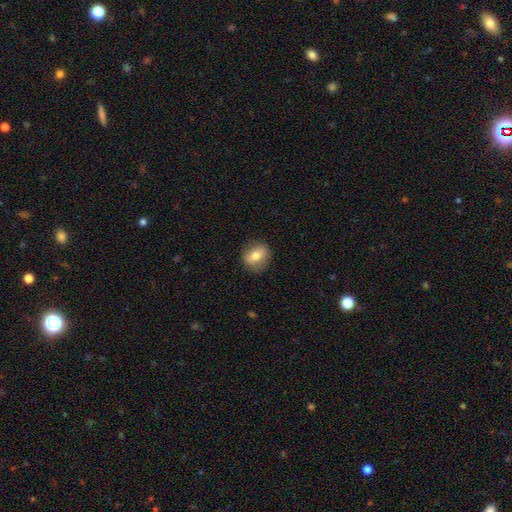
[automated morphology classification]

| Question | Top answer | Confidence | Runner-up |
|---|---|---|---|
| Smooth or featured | smooth | 67% | featured or disk (25%) |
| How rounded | round | 62% | in between (36%) |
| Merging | none | 85% | minor disturbance (11%) |